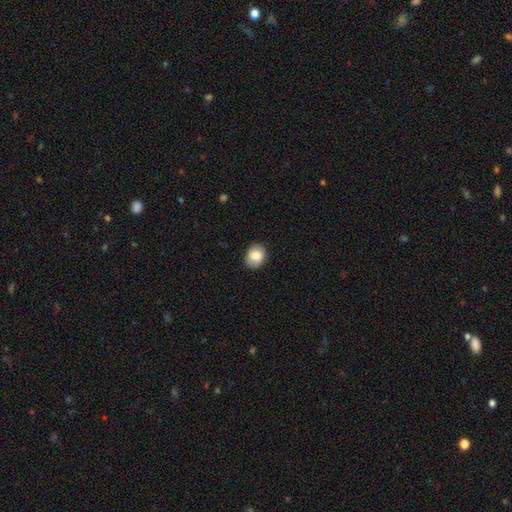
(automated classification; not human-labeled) Morphology: type=smooth (84%); roundness=in between (51%); merging=none (88%).